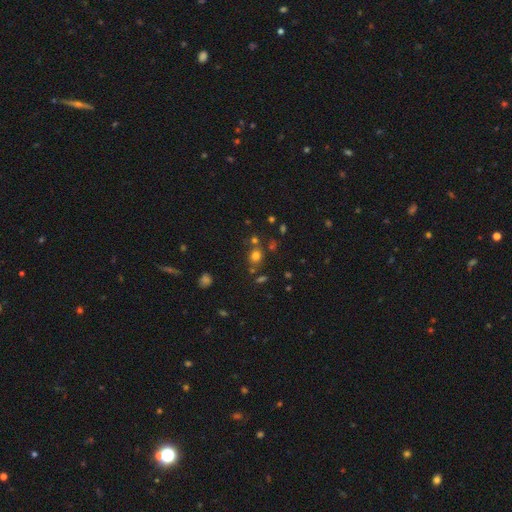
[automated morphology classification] A smooth galaxy with no disk features (69%) that is round (74%).

Vote fractions:
- Smooth or featured? smooth: 69% / star or artifact: 22% / featured or disk: 8%
- How rounded? round: 74% / in between: 24% / cigar-shaped: 1%
- Merging? none: 70% / merger: 14% / minor disturbance: 11% / major disturbance: 5%